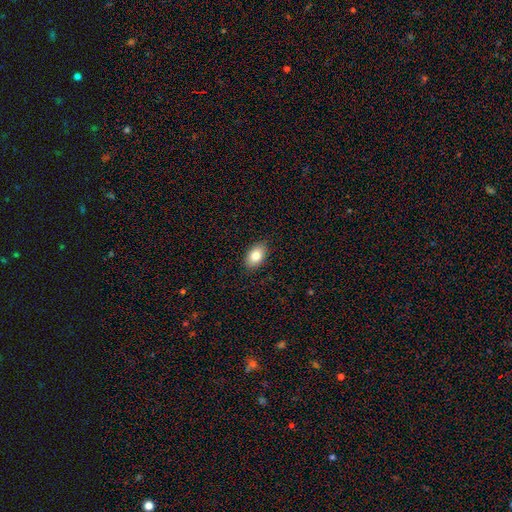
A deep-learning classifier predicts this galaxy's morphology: A smooth galaxy with no disk features (82%) that is in between round and cigar-shaped (88%). Merging: none (88%).